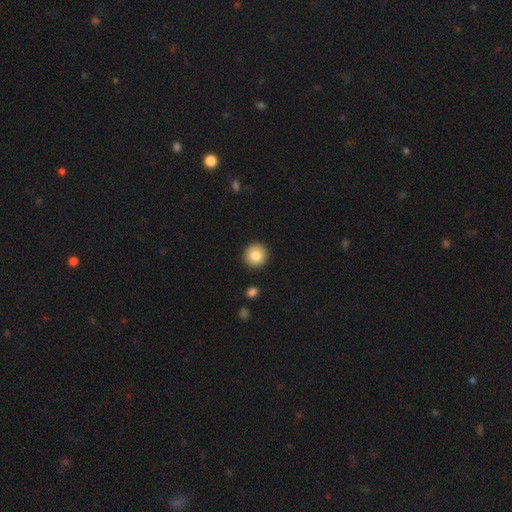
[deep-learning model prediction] smooth_or_featured: smooth (p=0.84) [alt: star or artifact p=0.09]
how_rounded: round (p=0.95) [alt: in between p=0.04]
merging: none (p=0.92) [alt: minor disturbance p=0.05]